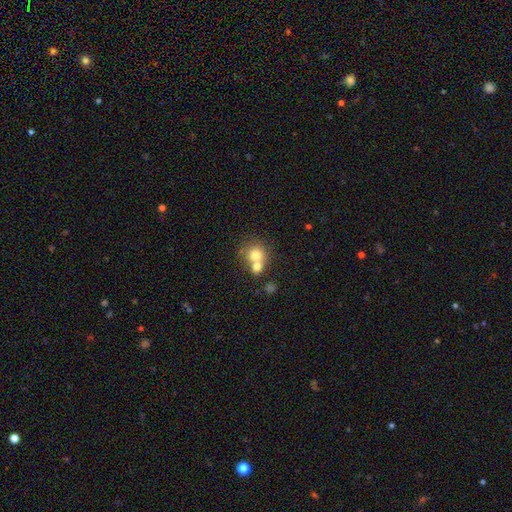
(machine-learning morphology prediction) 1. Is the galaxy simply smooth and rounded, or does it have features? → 73% smooth, 16% featured or disk, 11% star or artifact.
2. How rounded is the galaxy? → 80% round, 19% in between, 1% cigar-shaped.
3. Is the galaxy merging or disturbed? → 55% merger, 35% none, 6% minor disturbance, 3% major disturbance.